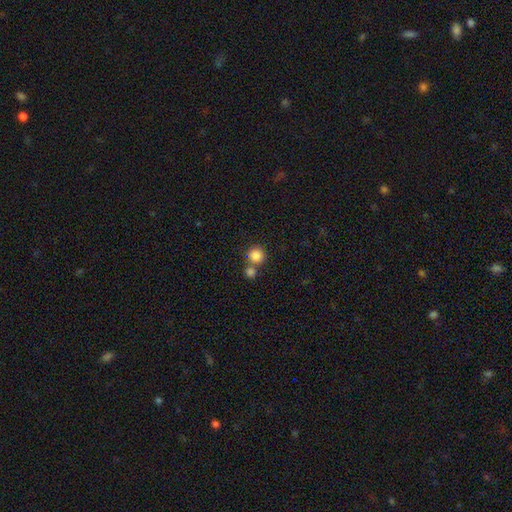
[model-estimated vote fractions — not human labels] The model was most divided on "merging": none: 63%, merger: 27%, minor disturbance: 7%, major disturbance: 3%. More confident: how rounded — round (93%); smooth or featured — smooth (84%).